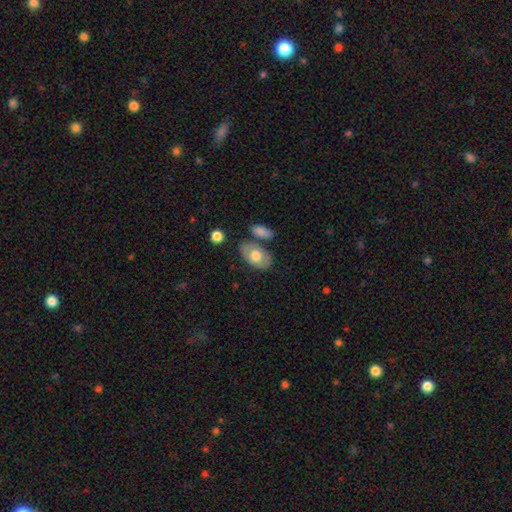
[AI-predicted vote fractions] Smooth or featured? Predicted: smooth (p=0.58). How rounded? Predicted: in between (p=0.88). Merging? Predicted: none (p=0.69).